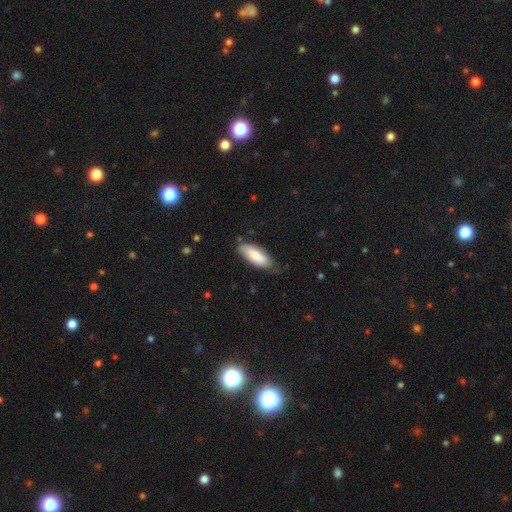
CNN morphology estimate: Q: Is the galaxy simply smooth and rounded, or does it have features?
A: smooth — 80%.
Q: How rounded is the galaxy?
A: in between — 74%.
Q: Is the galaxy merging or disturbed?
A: none — 64%.